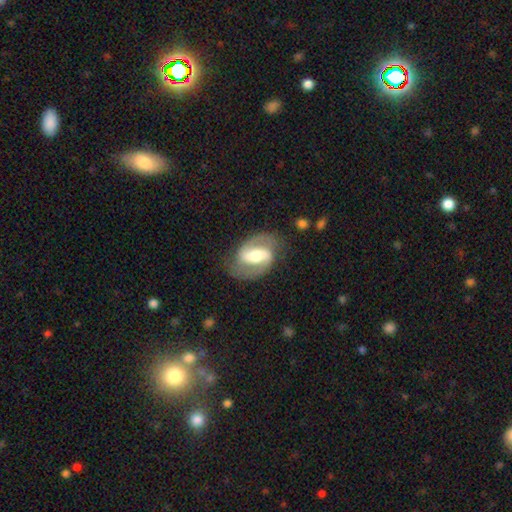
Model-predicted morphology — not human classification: This is clearly a featured or disk galaxy (86%). It is clearly not viewed edge-on (97%). Bar: possibly strong (50%). Spiral arm pattern: clearly yes (94%). Spiral arm count: clearly 2 (93%). Spiral winding: possibly medium (55%). Central bulge: likely moderate (61%). Merging: likely none (77%).